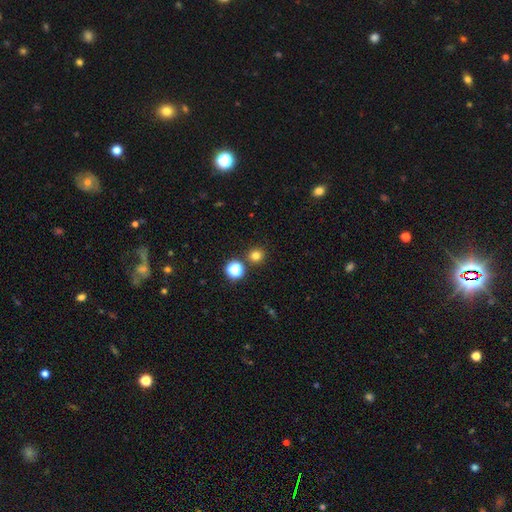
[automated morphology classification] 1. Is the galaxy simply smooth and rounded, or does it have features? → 76% smooth, 18% star or artifact, 5% featured or disk.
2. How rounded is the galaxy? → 93% round, 6% in between, 1% cigar-shaped.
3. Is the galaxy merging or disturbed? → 87% none, 6% merger, 5% minor disturbance, 2% major disturbance.